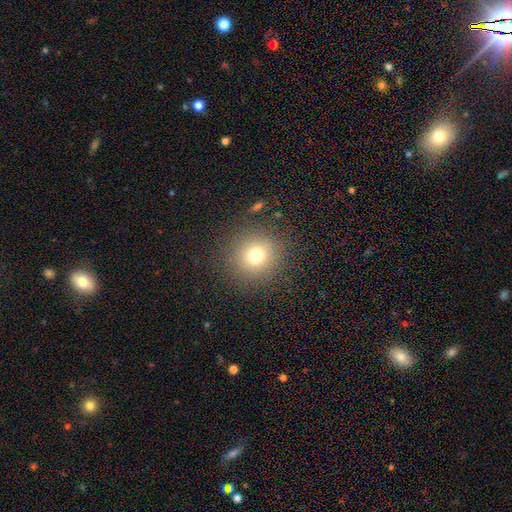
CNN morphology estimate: A smooth galaxy with no disk features (73%) that is round (94%).

Vote fractions:
- Smooth or featured? smooth: 73% / star or artifact: 17% / featured or disk: 11%
- How rounded? round: 94% / in between: 5% / cigar-shaped: 1%
- Merging? none: 87% / minor disturbance: 7% / major disturbance: 4% / merger: 2%